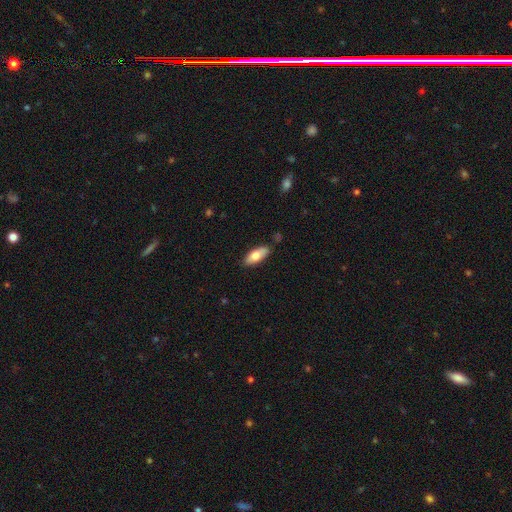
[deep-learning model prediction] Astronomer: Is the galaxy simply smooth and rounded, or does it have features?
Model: smooth — 72%.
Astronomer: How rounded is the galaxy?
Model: in between — 78%.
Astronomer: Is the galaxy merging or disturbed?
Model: none — 85%.